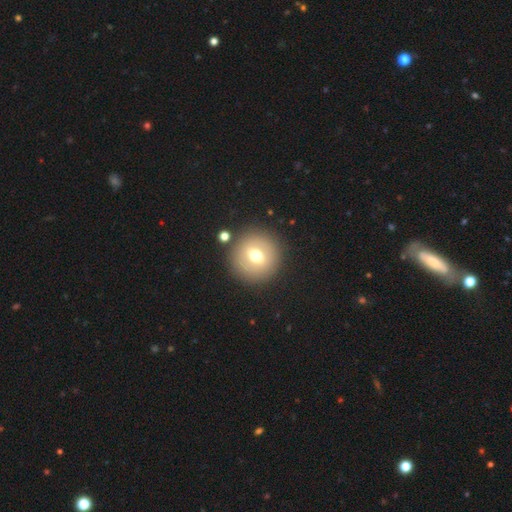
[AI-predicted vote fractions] Q: Smooth or featured?
A: smooth (62%); runner-up: featured or disk (28%)
Q: How rounded?
A: round (92%); runner-up: in between (7%)
Q: Merging?
A: none (87%); runner-up: minor disturbance (7%)